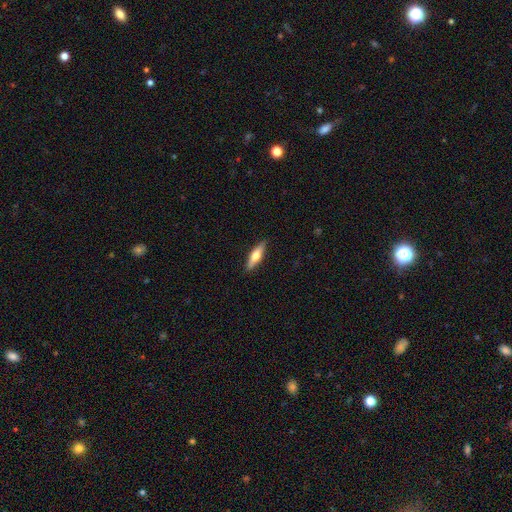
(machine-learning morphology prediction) Smooth or featured? Predicted: smooth (p=0.48). Merging? Predicted: none (p=0.89).